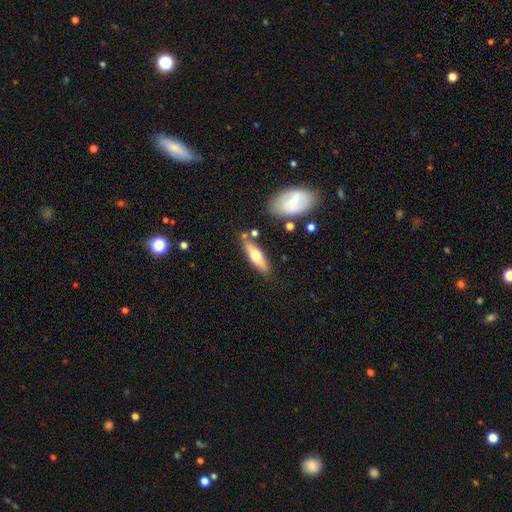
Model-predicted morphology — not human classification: smooth_or_featured: smooth (p=0.50) [alt: featured or disk p=0.44]
how_rounded: cigar-shaped (p=0.57) [alt: in between p=0.40]
merging: none (p=0.78) [alt: minor disturbance p=0.13]